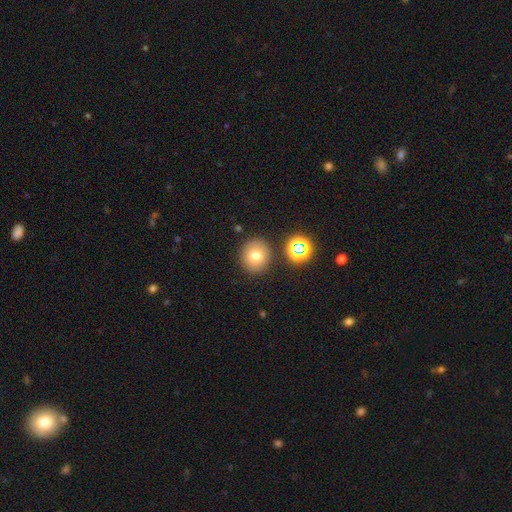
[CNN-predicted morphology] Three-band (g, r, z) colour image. It shows a smooth galaxy with no disk features (74%) that is round (84%). Merging: none (85%).